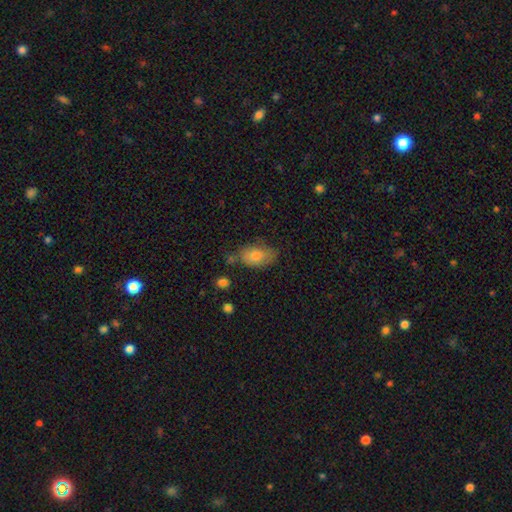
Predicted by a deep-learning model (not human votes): Smooth or featured?
  - smooth: 77% *
  - featured or disk: 15%
  - star or artifact: 8%
How rounded?
  - in between: 90% *
  - round: 7%
  - cigar-shaped: 2%
Merging?
  - none: 68% *
  - minor disturbance: 22%
  - merger: 5%
  - major disturbance: 5%